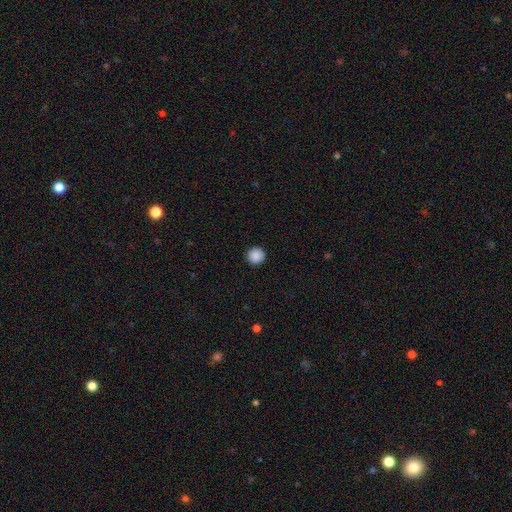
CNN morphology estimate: A smooth galaxy with no disk features (89%) that is round (95%).

Vote fractions:
- Smooth or featured? smooth: 89% / star or artifact: 9% / featured or disk: 2%
- How rounded? round: 95% / in between: 4% / cigar-shaped: 1%
- Merging? none: 93% / minor disturbance: 4% / major disturbance: 2% / merger: 1%